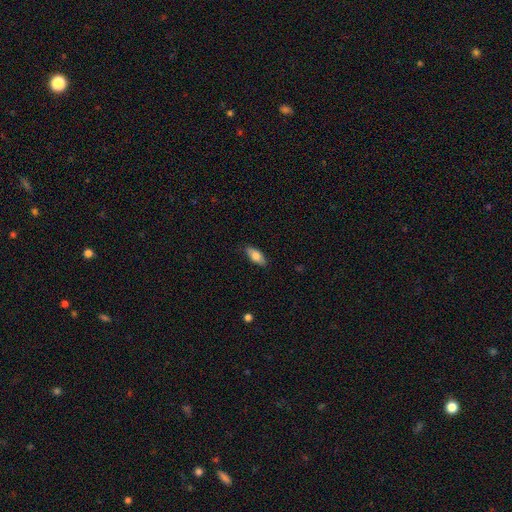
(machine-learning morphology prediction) Smooth or featured? smooth (78%)
How rounded? in between (84%)
Merging? none (86%)